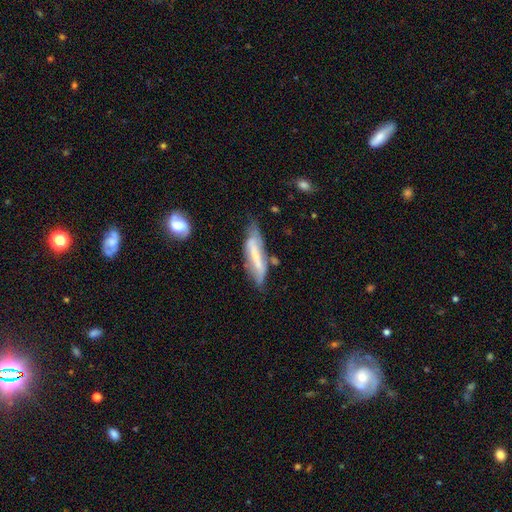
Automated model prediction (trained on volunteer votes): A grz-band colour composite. It shows a featured or disk galaxy (63%). Merging: none (54%).